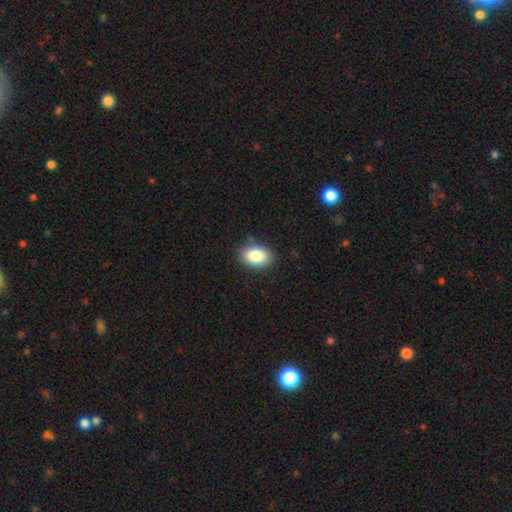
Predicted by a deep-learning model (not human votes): smooth_or_featured: smooth (p=0.87) [alt: star or artifact p=0.07]
how_rounded: in between (p=0.87) [alt: round p=0.11]
merging: none (p=0.85) [alt: minor disturbance p=0.11]